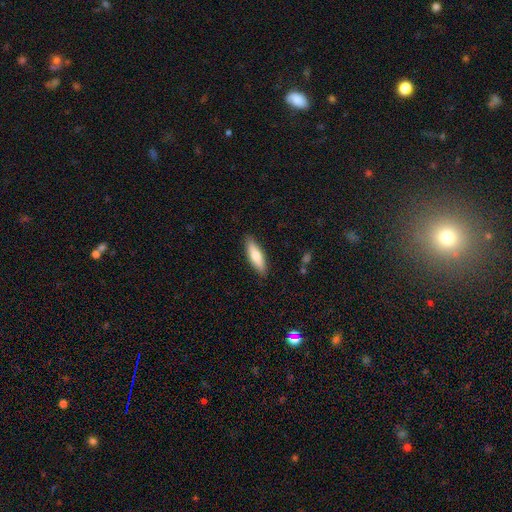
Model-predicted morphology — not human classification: Smooth or featured?
  - smooth: 73% *
  - featured or disk: 22%
  - star or artifact: 5%
How rounded?
  - cigar-shaped: 58% *
  - in between: 40%
  - round: 2%
Merging?
  - none: 88% *
  - minor disturbance: 9%
  - major disturbance: 2%
  - merger: 1%